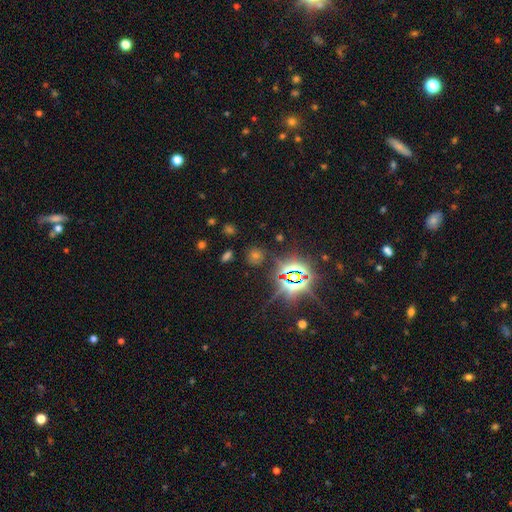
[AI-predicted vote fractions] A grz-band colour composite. It shows a star or artifact, not a galaxy (63%).